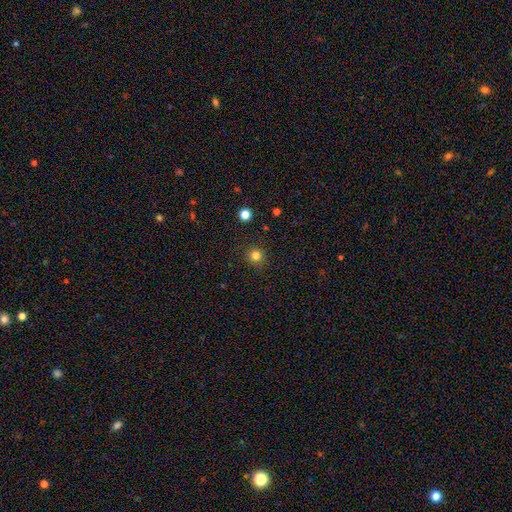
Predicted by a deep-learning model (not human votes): This is clearly a smooth galaxy (81%). How rounded: clearly round (95%). Merging: clearly none (91%).